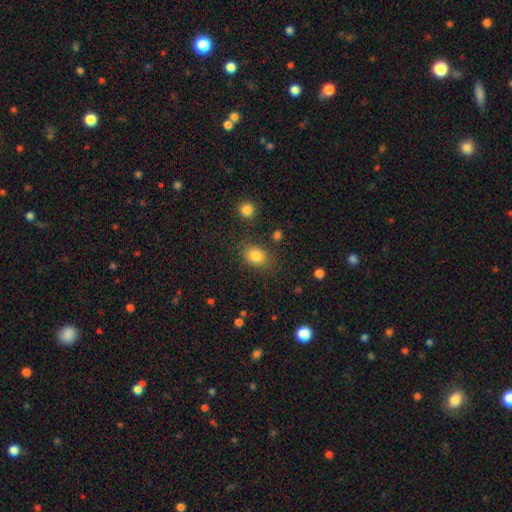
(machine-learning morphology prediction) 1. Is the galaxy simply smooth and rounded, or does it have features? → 83% smooth, 10% star or artifact, 6% featured or disk.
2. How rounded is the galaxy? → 62% in between, 37% round, 1% cigar-shaped.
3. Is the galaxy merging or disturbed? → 79% none, 13% minor disturbance, 5% major disturbance, 4% merger.